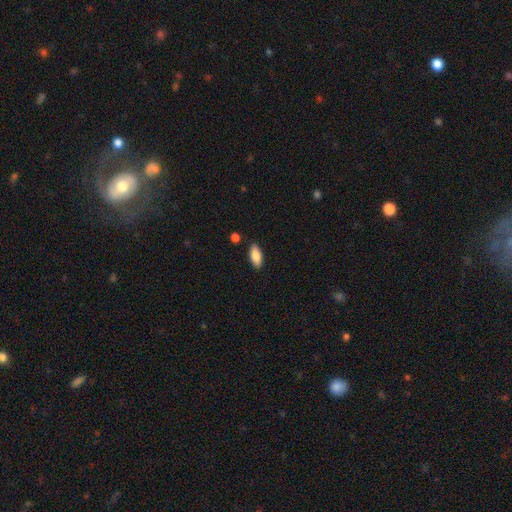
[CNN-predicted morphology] Smooth or featured?
  - smooth: 85% *
  - featured or disk: 8%
  - star or artifact: 6%
How rounded?
  - in between: 85% *
  - cigar-shaped: 13%
  - round: 2%
Merging?
  - none: 86% *
  - minor disturbance: 9%
  - merger: 2%
  - major disturbance: 2%